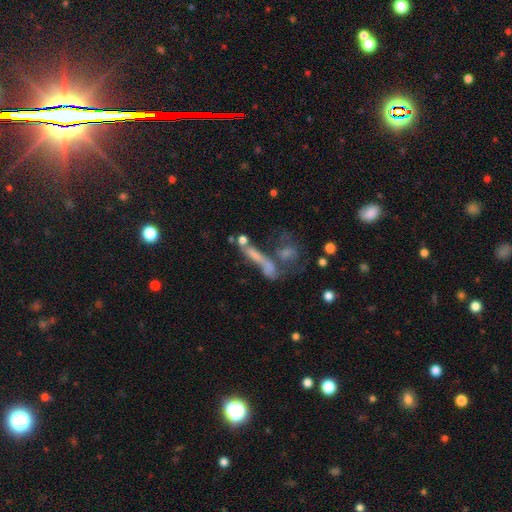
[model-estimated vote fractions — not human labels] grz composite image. It shows a featured or disk galaxy (40%). Merging: merger (44%).